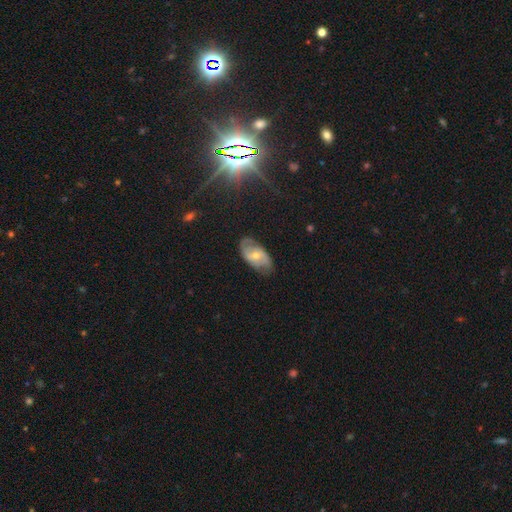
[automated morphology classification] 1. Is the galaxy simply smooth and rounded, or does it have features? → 61% featured or disk, 31% smooth, 7% star or artifact.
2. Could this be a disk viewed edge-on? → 93% no, 7% yes.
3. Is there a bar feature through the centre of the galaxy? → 48% no, 40% weak, 11% strong.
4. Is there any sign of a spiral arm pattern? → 80% yes, 20% no.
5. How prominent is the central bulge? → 49% small, 47% moderate, 2% large, 2% none, 1% dominant.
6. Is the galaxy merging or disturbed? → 69% none, 23% minor disturbance, 6% major disturbance, 1% merger.